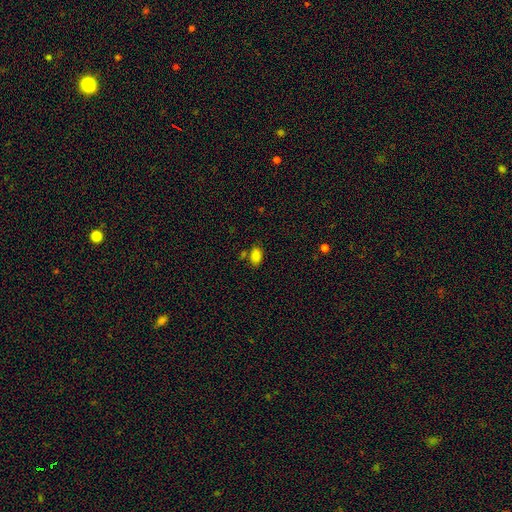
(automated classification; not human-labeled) Smooth or featured? smooth (84%)
How rounded? in between (89%)
Merging? none (71%)